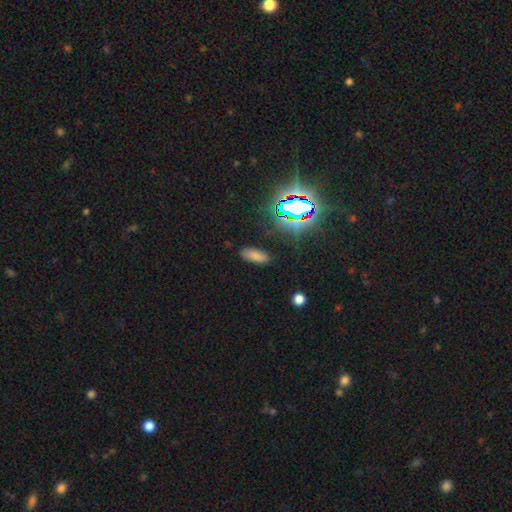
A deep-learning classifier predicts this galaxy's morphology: Overall: smooth (72%). How rounded: in between (78%). Merging: none (85%).